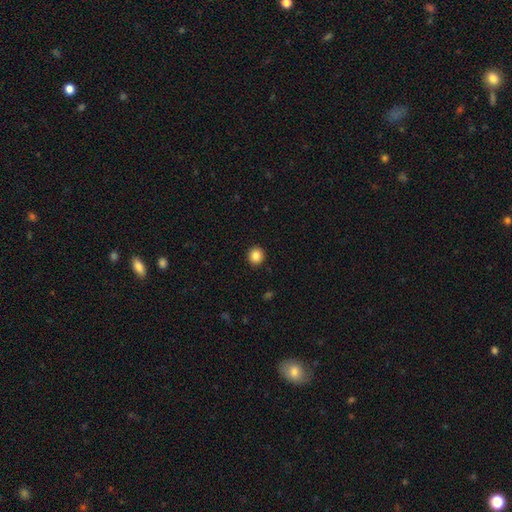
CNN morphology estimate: The model was most divided on "smooth or featured": smooth: 86%, star or artifact: 10%, featured or disk: 4%. More confident: merging — none (93%); how rounded — round (90%).